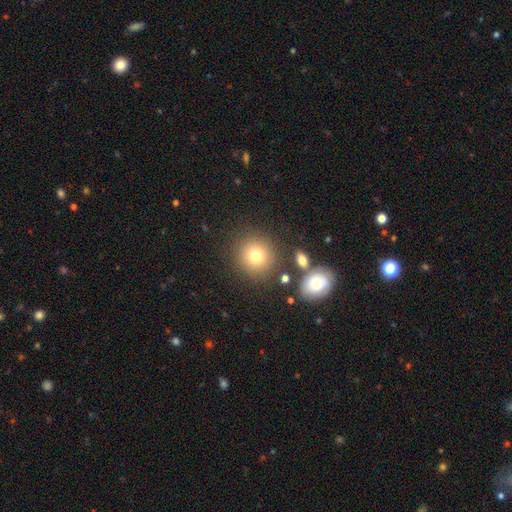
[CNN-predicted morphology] This is likely a smooth galaxy (77%). How rounded: clearly round (91%). Merging: clearly none (82%).